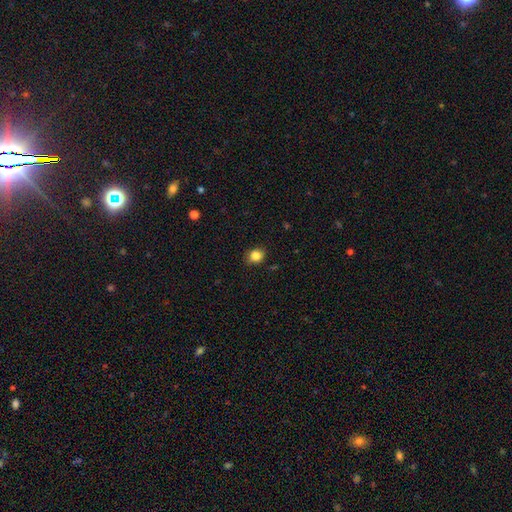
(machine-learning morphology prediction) Smooth or featured? smooth (85%)
How rounded? round (68%)
Merging? none (84%)